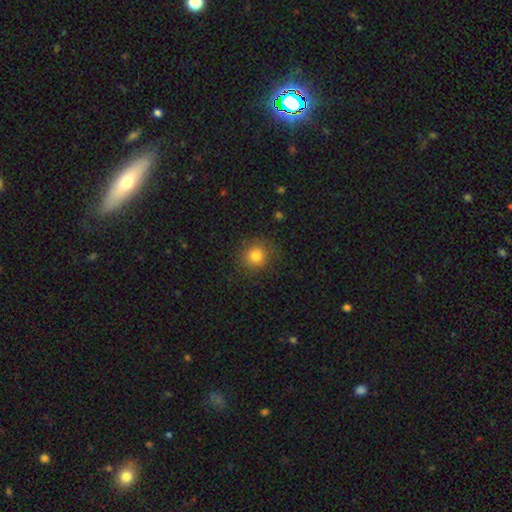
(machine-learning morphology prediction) A smooth galaxy with no disk features (81%) that is round (87%).

Vote fractions:
- Smooth or featured? smooth: 81% / star or artifact: 12% / featured or disk: 7%
- How rounded? round: 87% / in between: 12% / cigar-shaped: 1%
- Merging? none: 84% / minor disturbance: 11% / major disturbance: 4% / merger: 1%